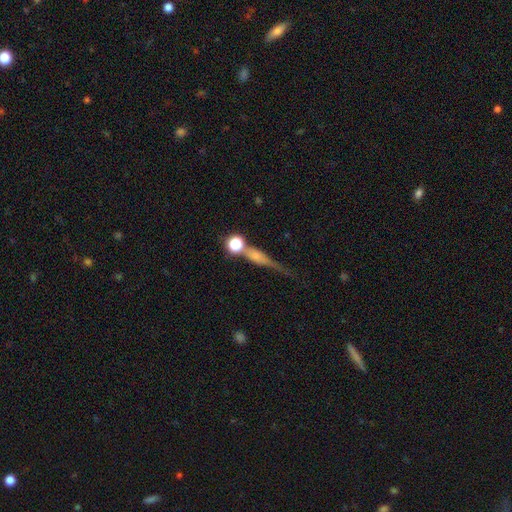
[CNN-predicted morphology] smooth-or-featured: featured or disk: 43% | smooth: 41% | star or artifact: 16%
  merging: none: 55% | merger: 19% | minor disturbance: 16% | major disturbance: 10%